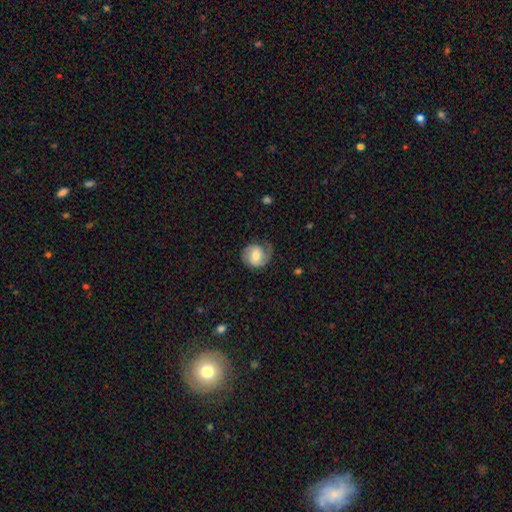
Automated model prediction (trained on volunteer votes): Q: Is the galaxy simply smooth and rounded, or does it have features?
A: featured or disk — 51%.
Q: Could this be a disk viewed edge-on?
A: no — 97%.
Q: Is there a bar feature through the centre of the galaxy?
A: weak — 44%.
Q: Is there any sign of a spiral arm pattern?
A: yes — 86%.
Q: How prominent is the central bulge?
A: moderate — 58%.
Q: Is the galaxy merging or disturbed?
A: none — 61%.